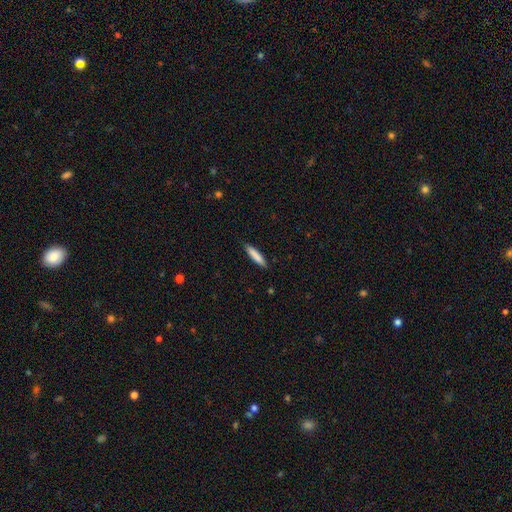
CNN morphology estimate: smooth 83%, featured or disk 11%, star or artifact 6%. Down the decision tree: how rounded — cigar-shaped (87%); merging — none (88%).